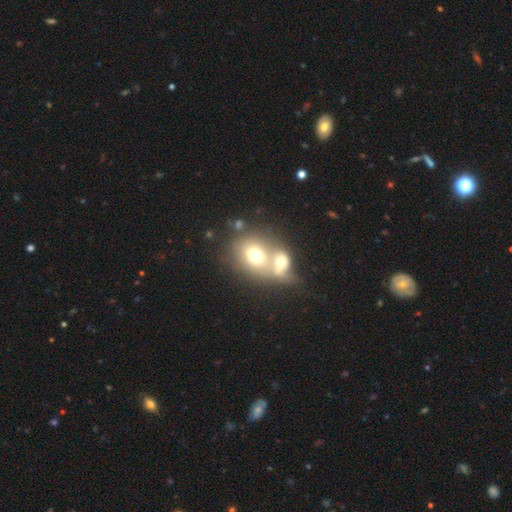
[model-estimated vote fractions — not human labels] This is likely a smooth galaxy (67%). How rounded: possibly round (54%). Merging: likely merger (63%).